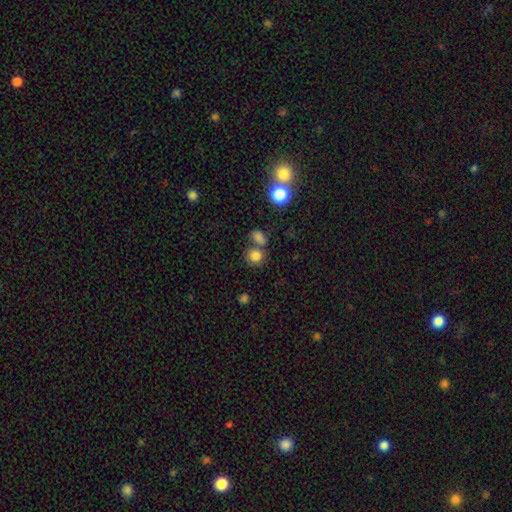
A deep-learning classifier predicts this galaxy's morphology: A smooth galaxy with no disk features (81%) that is round (73%). Merging: none (56%).